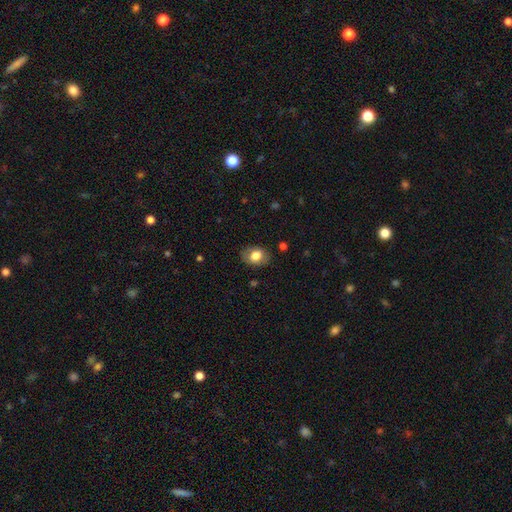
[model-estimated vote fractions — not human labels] smooth_or_featured: smooth (p=0.77) [alt: featured or disk p=0.16]
how_rounded: in between (p=0.70) [alt: round p=0.29]
merging: none (p=0.82) [alt: minor disturbance p=0.13]